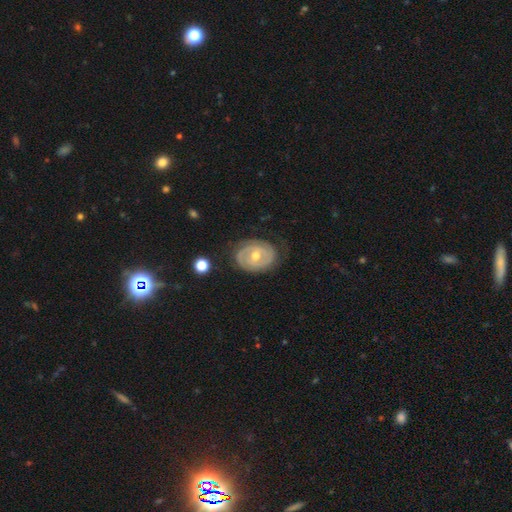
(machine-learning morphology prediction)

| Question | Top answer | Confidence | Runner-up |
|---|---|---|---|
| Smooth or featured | featured or disk | 78% | smooth (16%) |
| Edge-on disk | no | 96% | yes (4%) |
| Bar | no | 52% | weak (36%) |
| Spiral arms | yes | 77% | no (23%) |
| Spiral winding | tight | 69% | medium (23%) |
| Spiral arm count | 2 | 58% | can't tell (26%) |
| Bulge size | moderate | 68% | small (28%) |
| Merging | none | 74% | minor disturbance (18%) |